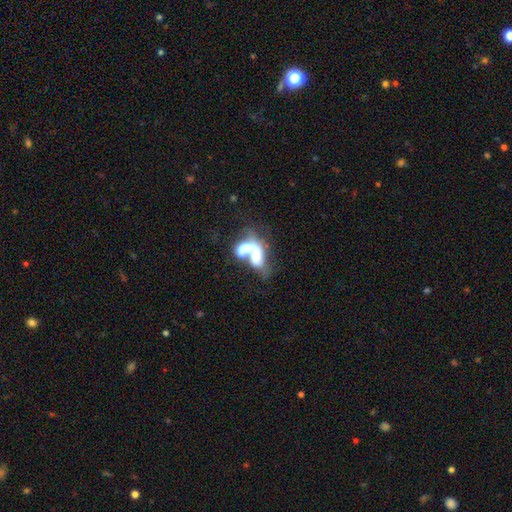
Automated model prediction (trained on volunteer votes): smooth-or-featured: smooth: 48% | featured or disk: 42% | star or artifact: 10%
  merging: merger: 68% | major disturbance: 15% | none: 11% | minor disturbance: 6%